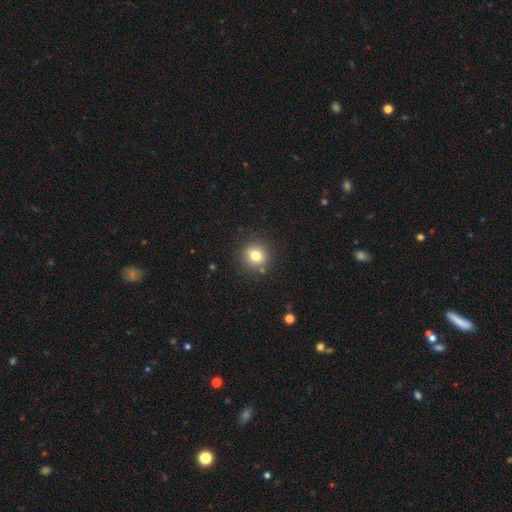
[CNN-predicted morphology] Smooth or featured: smooth — 77% (star or artifact — 12%)
How rounded: round — 87% (in between — 12%)
Merging: none — 86% (minor disturbance — 8%)